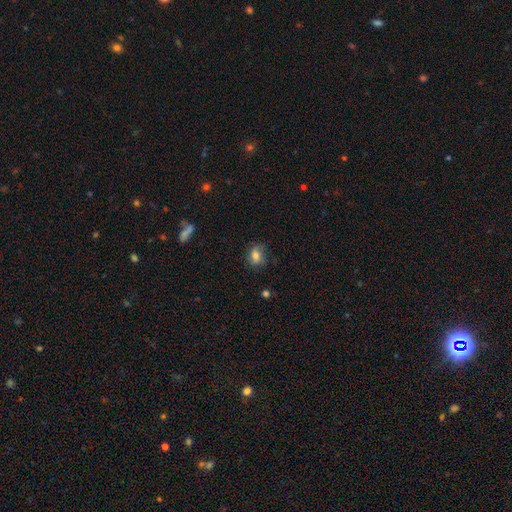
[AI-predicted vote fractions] Smooth or featured?
  - smooth: 68% *
  - featured or disk: 21%
  - star or artifact: 11%
How rounded?
  - in between: 55% *
  - round: 43%
  - cigar-shaped: 2%
Merging?
  - none: 69% *
  - minor disturbance: 22%
  - major disturbance: 7%
  - merger: 2%